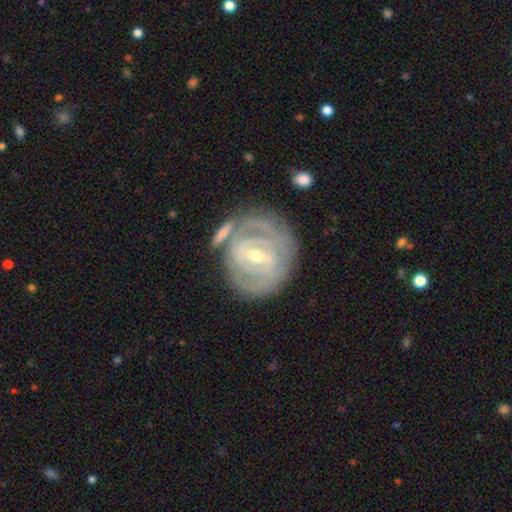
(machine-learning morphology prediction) A featured or disk galaxy (84%) with a weak bar (52%), tight (78%) spiral arms (87%) and a small central bulge (50%).

Vote fractions:
- Smooth or featured? featured or disk: 84% / smooth: 11% / star or artifact: 5%
- Edge-on disk? no: 97% / yes: 3%
- Bar? weak: 52% / strong: 29% / no: 19%
- Spiral arms? yes: 87% / no: 13%
- Spiral winding? tight: 78% / medium: 18% / loose: 5%
- Spiral arm count? can't tell: 42% / 2: 27% / 3: 15% / 4: 7% / 1: 5% / more than 4: 4%
- Bulge size? small: 50% / moderate: 47% / large: 2% / none: 1% / dominant: 1%
- Merging? none: 65% / minor disturbance: 17% / merger: 11% / major disturbance: 8%